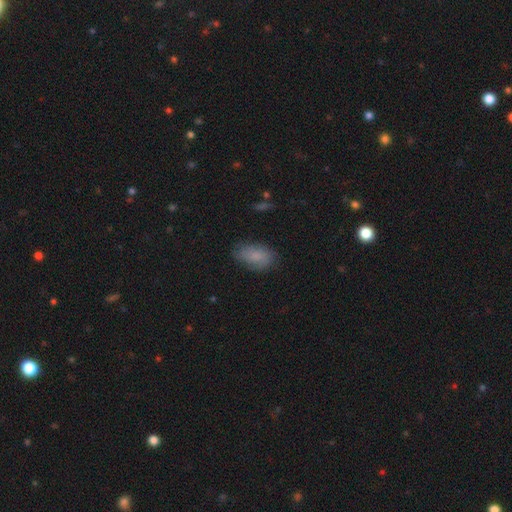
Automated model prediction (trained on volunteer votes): smooth 79%, featured or disk 14%, star or artifact 8%. Down the decision tree: how rounded — in between (92%); merging — none (72%).